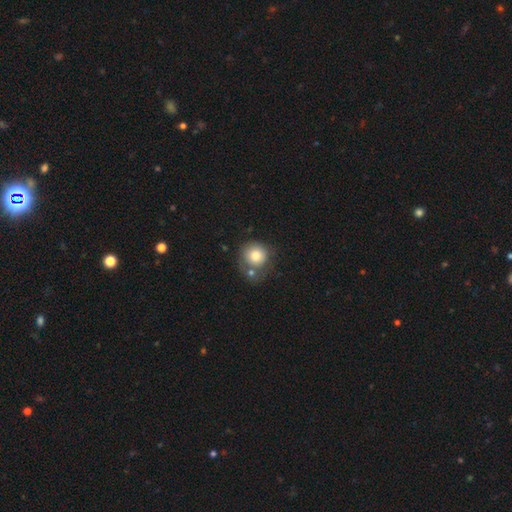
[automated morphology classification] Smooth or featured? smooth (77%)
How rounded? round (90%)
Merging? none (49%)